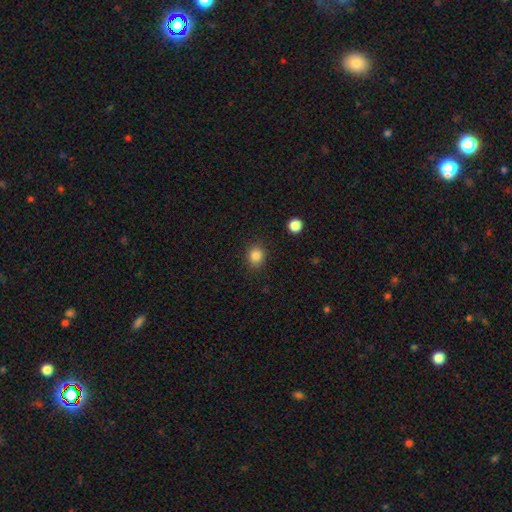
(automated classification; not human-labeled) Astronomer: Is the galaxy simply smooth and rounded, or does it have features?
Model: smooth — 85%.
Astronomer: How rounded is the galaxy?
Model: round — 73%.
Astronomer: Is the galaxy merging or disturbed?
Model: none — 87%.